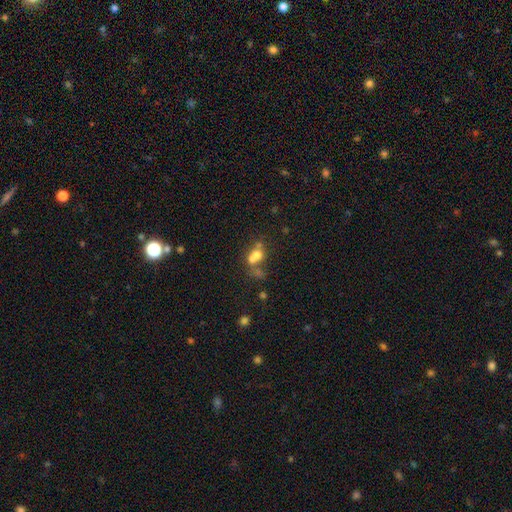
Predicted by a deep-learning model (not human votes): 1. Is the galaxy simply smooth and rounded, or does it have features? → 61% smooth, 24% featured or disk, 16% star or artifact.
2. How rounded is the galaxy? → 54% round, 44% in between, 2% cigar-shaped.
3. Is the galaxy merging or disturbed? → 59% merger, 26% none, 8% minor disturbance, 7% major disturbance.